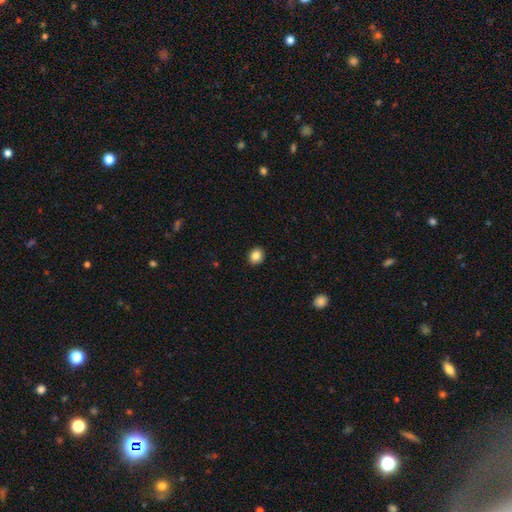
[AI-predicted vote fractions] A smooth galaxy with no disk features (85%) that is round (73%).

Vote fractions:
- Smooth or featured? smooth: 85% / star or artifact: 10% / featured or disk: 5%
- How rounded? round: 73% / in between: 27% / cigar-shaped: 1%
- Merging? none: 92% / minor disturbance: 6% / major disturbance: 2% / merger: 1%